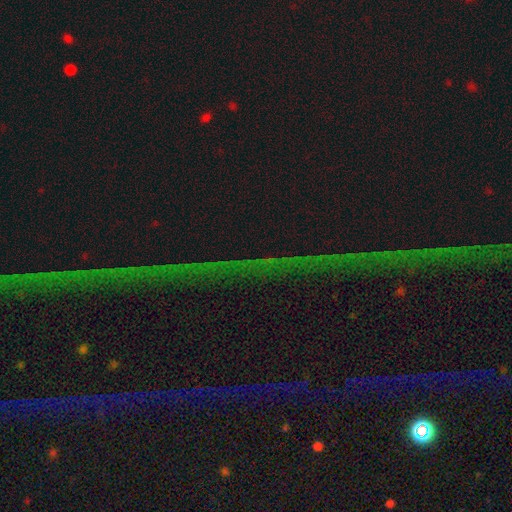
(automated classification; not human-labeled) smooth-or-featured: star or artifact: 86% | featured or disk: 8% | smooth: 6%